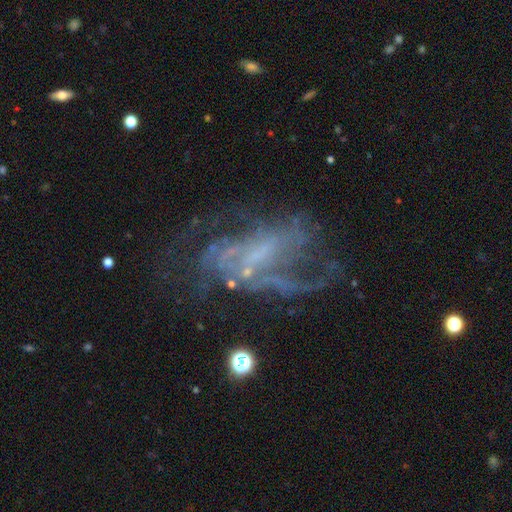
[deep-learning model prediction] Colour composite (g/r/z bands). It shows a featured or disk galaxy (78%) with no bar (42%), medium (40%) spiral arms (77%) and no central bulge (52%). Merging: none (45%).